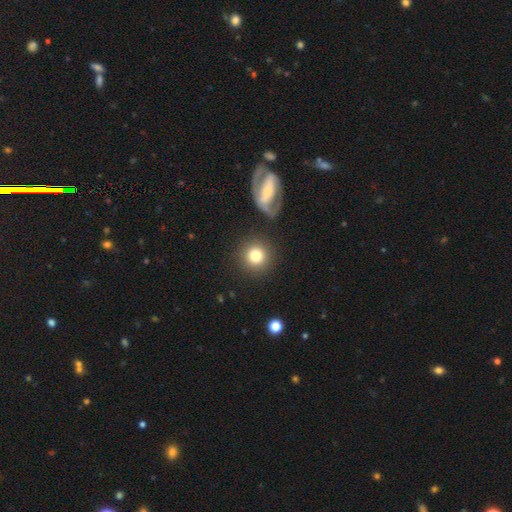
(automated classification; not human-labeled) Overall: smooth (78%). How rounded: round (93%). Merging: none (82%).